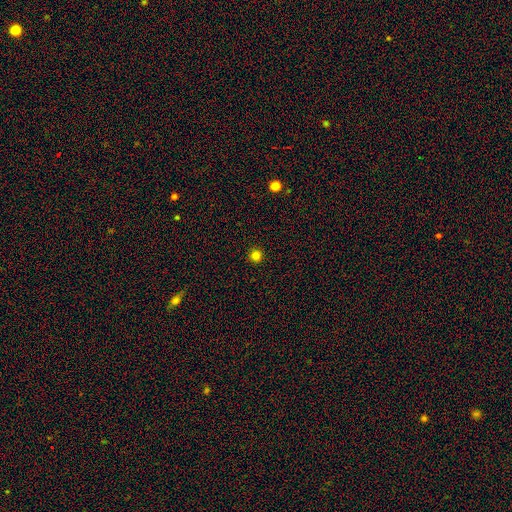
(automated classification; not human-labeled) Smooth or featured: smooth — 82% (star or artifact — 14%)
How rounded: round — 96% (in between — 3%)
Merging: none — 93% (minor disturbance — 4%)